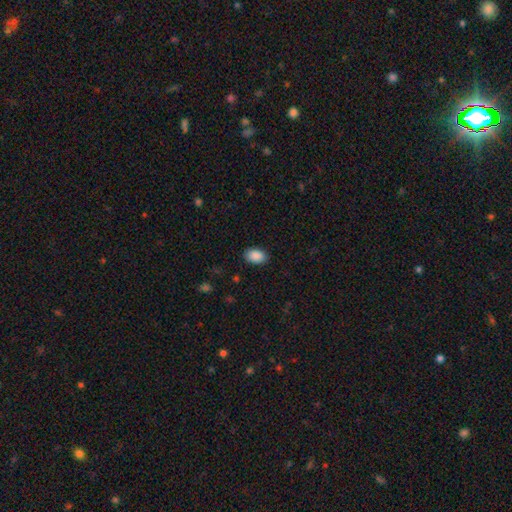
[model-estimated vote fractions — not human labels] This appears to be a smooth galaxy with no disk features (90%) that is in between round and cigar-shaped (90%). Merging: none (89%).